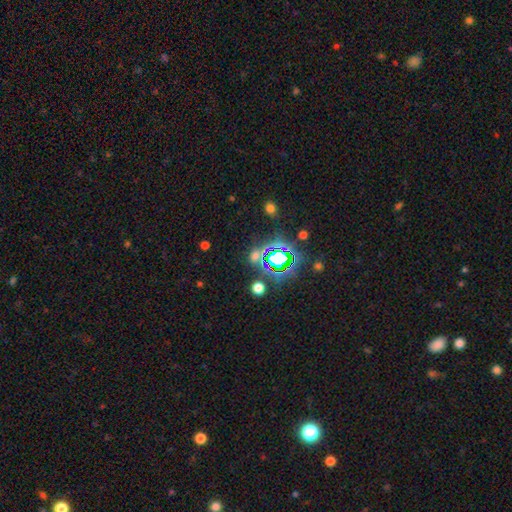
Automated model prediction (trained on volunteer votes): This appears to be a star or artifact, not a galaxy (56%).